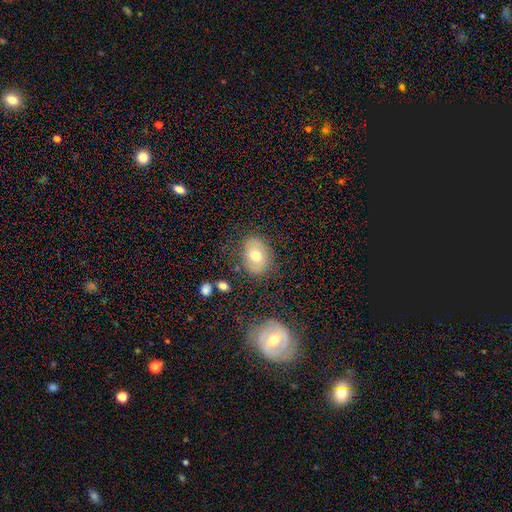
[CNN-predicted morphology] smooth 66%, featured or disk 25%, star or artifact 9%. Down the decision tree: how rounded — in between (73%); merging — none (77%).